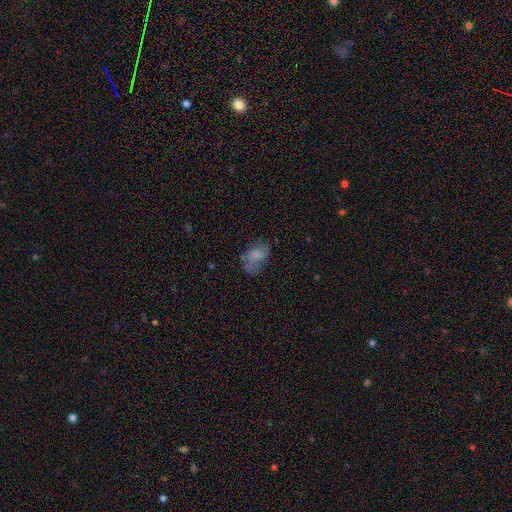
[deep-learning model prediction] A smooth galaxy with no disk features (60%) that is in between round and cigar-shaped (86%). Merging: none (42%).